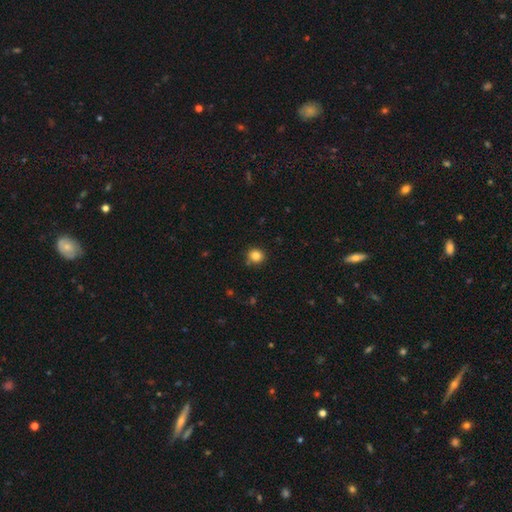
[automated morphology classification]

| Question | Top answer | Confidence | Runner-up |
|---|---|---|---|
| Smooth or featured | smooth | 84% | star or artifact (11%) |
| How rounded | round | 89% | in between (10%) |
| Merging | none | 86% | minor disturbance (10%) |